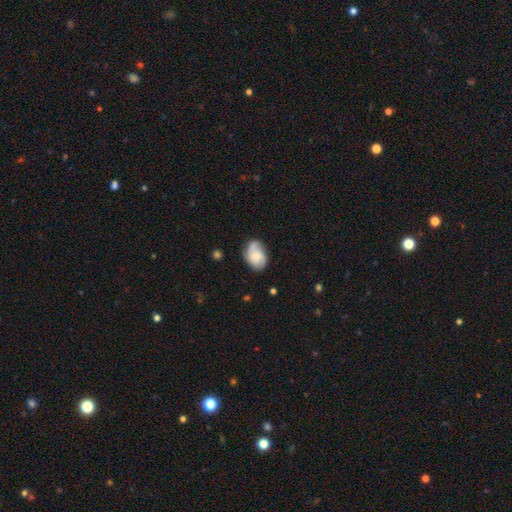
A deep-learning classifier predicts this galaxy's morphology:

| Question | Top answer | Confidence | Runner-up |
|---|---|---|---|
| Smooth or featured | featured or disk | 51% | smooth (41%) |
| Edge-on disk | no | 97% | yes (3%) |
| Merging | none | 61% | minor disturbance (27%) |